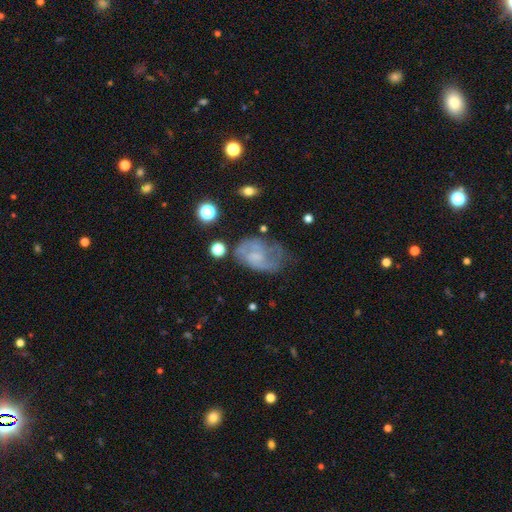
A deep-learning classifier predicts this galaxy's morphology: Smooth or featured? Predicted: featured or disk (p=0.64). Edge-on disk? Predicted: no (p=0.97). Bar? Predicted: no (p=0.59). Spiral arms? Predicted: yes (p=0.79). Bulge size? Predicted: none (p=0.45). Merging? Predicted: none (p=0.49).